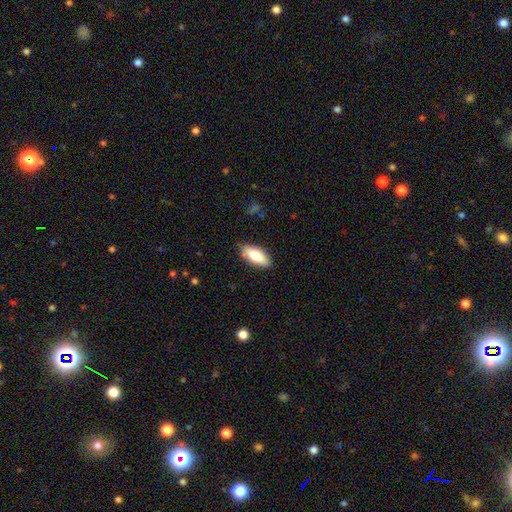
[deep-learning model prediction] This appears to be a smooth galaxy with no disk features (70%) that is in between round and cigar-shaped (78%). Merging: none (84%).